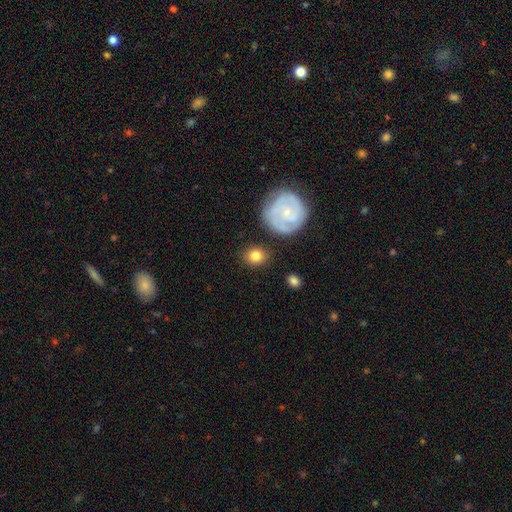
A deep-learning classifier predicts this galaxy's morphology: This appears to be a smooth galaxy with no disk features (76%) that is round (72%). Merging: none (83%).